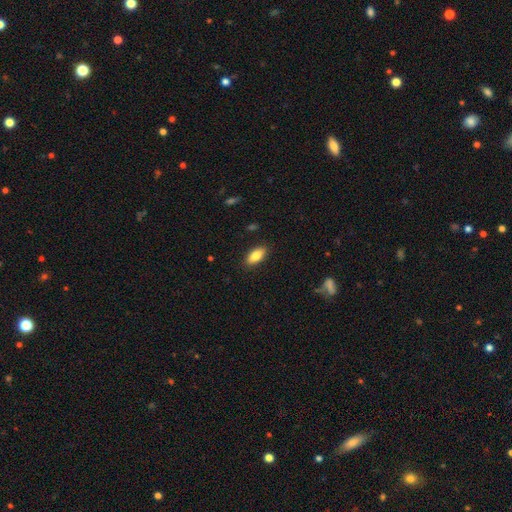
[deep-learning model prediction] Smooth or featured?
  - smooth: 84% *
  - featured or disk: 9%
  - star or artifact: 7%
How rounded?
  - in between: 87% *
  - cigar-shaped: 10%
  - round: 3%
Merging?
  - none: 87% *
  - minor disturbance: 9%
  - major disturbance: 2%
  - merger: 1%